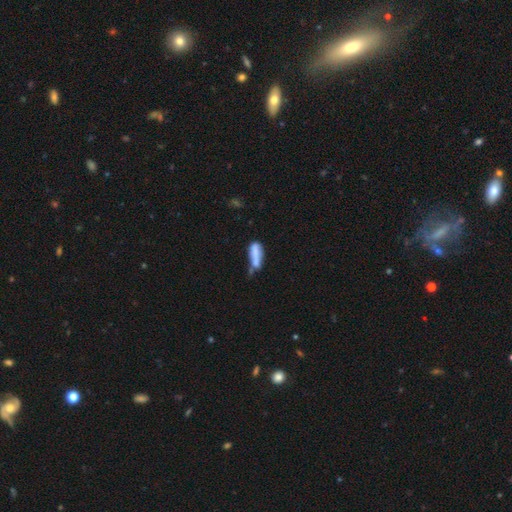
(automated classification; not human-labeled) This is likely a smooth galaxy (75%). How rounded: possibly in between (50%). Merging: marginally none (30%).